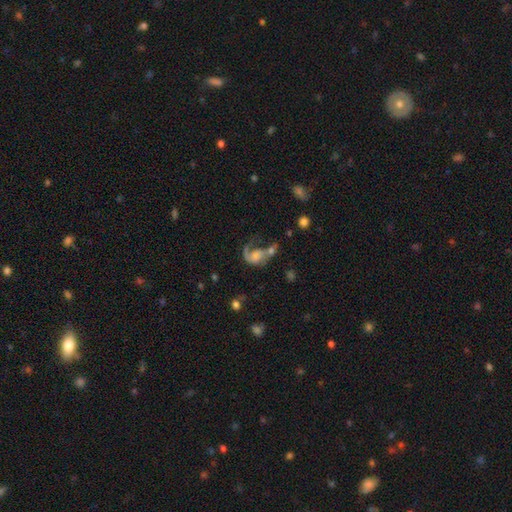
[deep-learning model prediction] Overall: featured or disk (65%; smooth 26%). Edge-on disk: no (97%). Bar: no (67%). Spiral arms: yes (82%). Spiral arm count: 1 (70%). Spiral winding: loose (59%; medium 30%). Bulge size: moderate (32%; small 31%). Merging: major disturbance (38%; merger 29%).